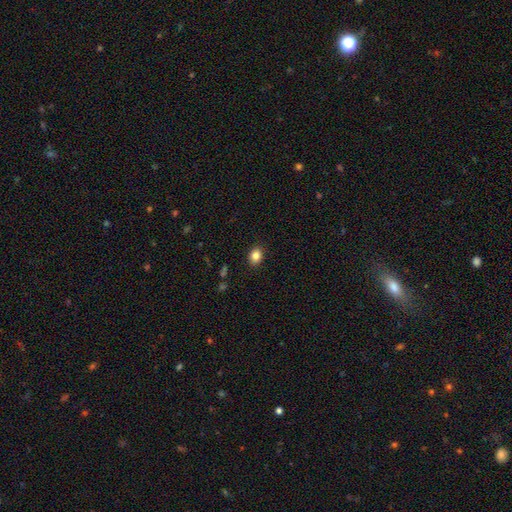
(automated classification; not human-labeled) Overall: smooth (84%). How rounded: in between (57%; round 42%). Merging: none (89%).